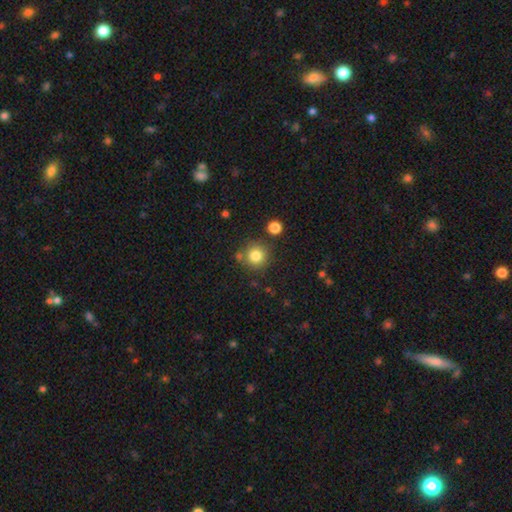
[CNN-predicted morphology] smooth-or-featured: smooth: 82% | star or artifact: 11% | featured or disk: 7%
  how-rounded: round: 93% | in between: 6% | cigar-shaped: 1%
  merging: none: 79% | minor disturbance: 9% | merger: 9% | major disturbance: 3%